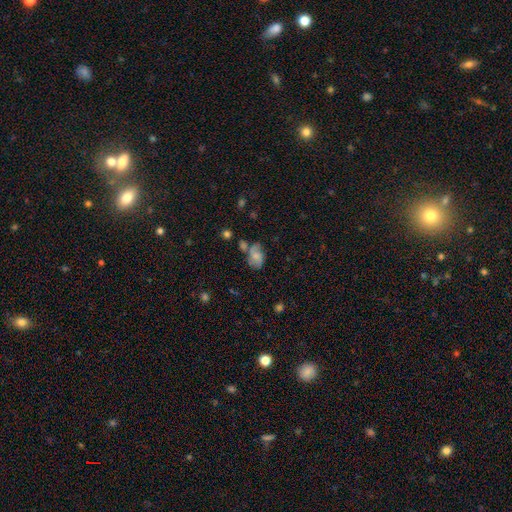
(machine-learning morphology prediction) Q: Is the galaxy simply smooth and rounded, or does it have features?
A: smooth — 48%.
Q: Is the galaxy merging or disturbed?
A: none — 45%.